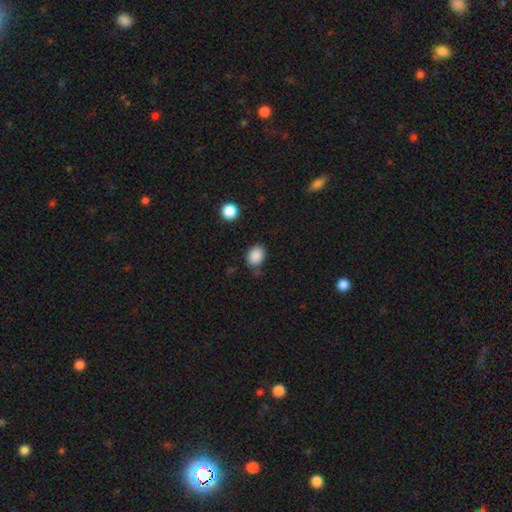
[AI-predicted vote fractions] This appears to be a smooth galaxy with no disk features (87%) that is in between round and cigar-shaped (58%). Merging: none (73%).